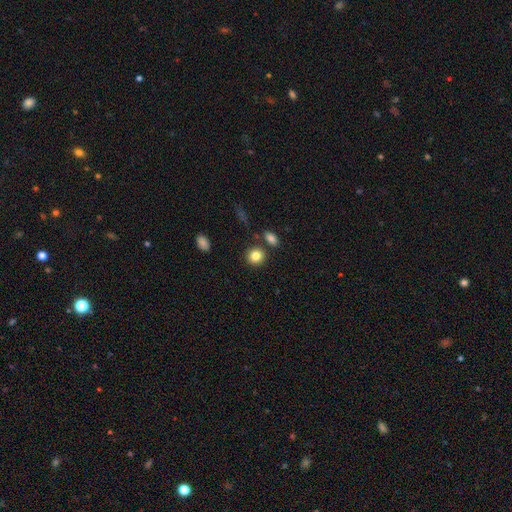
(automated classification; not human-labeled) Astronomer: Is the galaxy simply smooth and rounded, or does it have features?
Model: smooth — 84%.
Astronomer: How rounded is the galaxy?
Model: round — 84%.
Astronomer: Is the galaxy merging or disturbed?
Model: none — 82%.